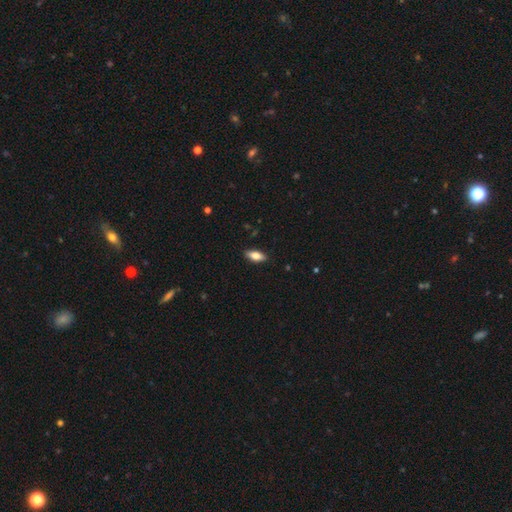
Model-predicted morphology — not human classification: This is likely a smooth galaxy (76%). How rounded: clearly in between (83%). Merging: clearly none (88%).